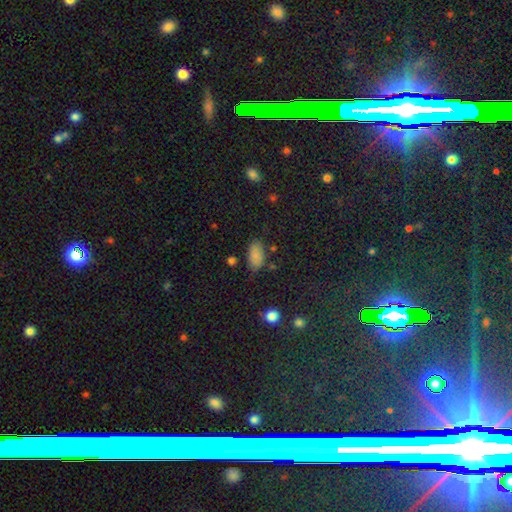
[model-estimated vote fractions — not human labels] Smooth or featured: smooth — 83% (star or artifact — 10%)
How rounded: in between — 93% (round — 5%)
Merging: none — 77% (minor disturbance — 16%)